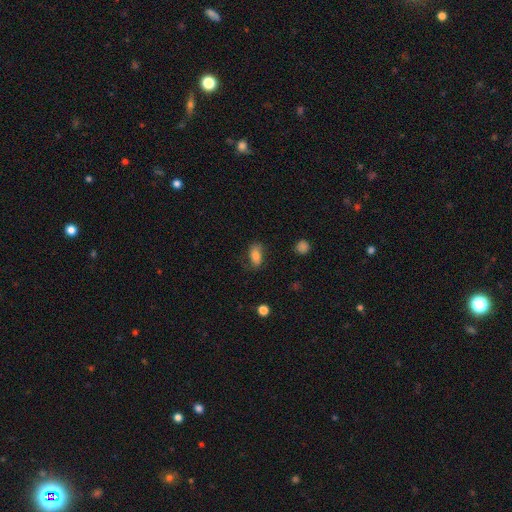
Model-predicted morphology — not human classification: This appears to be a smooth galaxy with no disk features (74%) that is in between round and cigar-shaped (88%). Merging: none (67%).